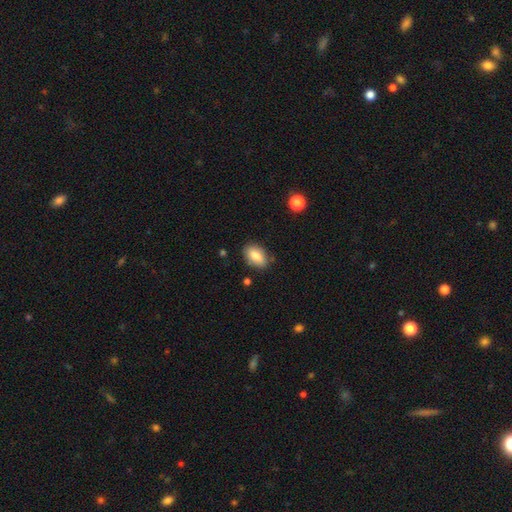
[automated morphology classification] This appears to be a smooth galaxy with no disk features (80%) that is in between round and cigar-shaped (88%). Merging: none (80%).